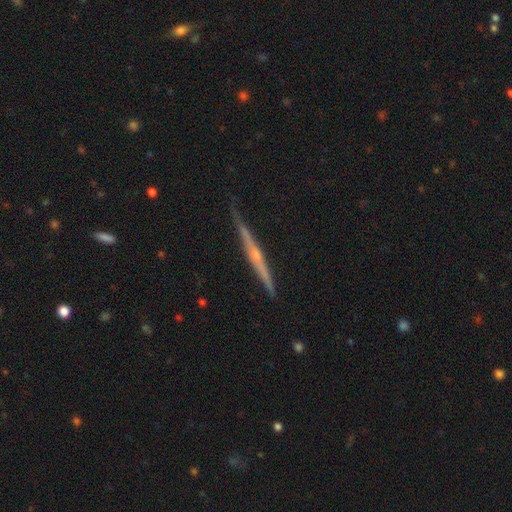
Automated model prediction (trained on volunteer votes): Q: Smooth or featured?
A: featured or disk (79%); runner-up: smooth (15%)
Q: Edge-on disk?
A: yes (98%); runner-up: no (2%)
Q: Edge-on bulge?
A: rounded (68%); runner-up: none (26%)
Q: Merging?
A: none (87%); runner-up: minor disturbance (10%)